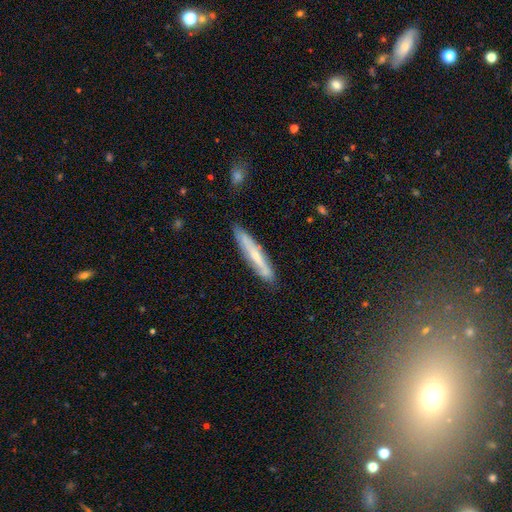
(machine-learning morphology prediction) smooth-or-featured: featured or disk: 47% | smooth: 46% | star or artifact: 7%
  merging: none: 81% | minor disturbance: 15% | major disturbance: 3% | merger: 2%